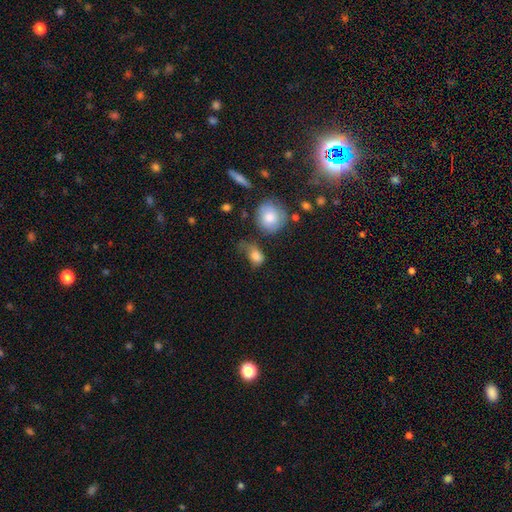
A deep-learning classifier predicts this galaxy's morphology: A smooth galaxy with no disk features (79%) that is in between round and cigar-shaped (60%).

Vote fractions:
- Smooth or featured? smooth: 79% / featured or disk: 12% / star or artifact: 9%
- How rounded? in between: 60% / round: 39% / cigar-shaped: 2%
- Merging? major disturbance: 32% / minor disturbance: 30% / none: 27% / merger: 11%